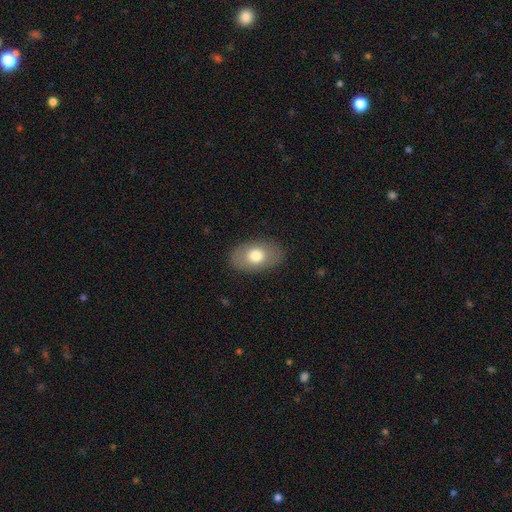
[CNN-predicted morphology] Smooth or featured? Predicted: smooth (p=0.72). How rounded? Predicted: in between (p=0.88). Merging? Predicted: none (p=0.85).